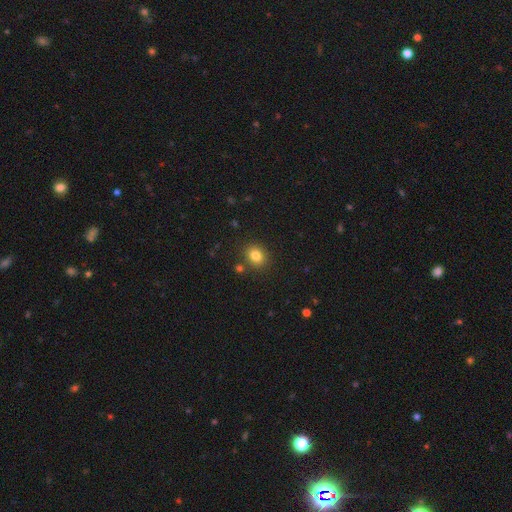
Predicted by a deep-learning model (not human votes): Smooth or featured?
  - smooth: 82% *
  - star or artifact: 12%
  - featured or disk: 7%
How rounded?
  - round: 61% *
  - in between: 38%
  - cigar-shaped: 1%
Merging?
  - none: 84% *
  - minor disturbance: 9%
  - merger: 5%
  - major disturbance: 3%